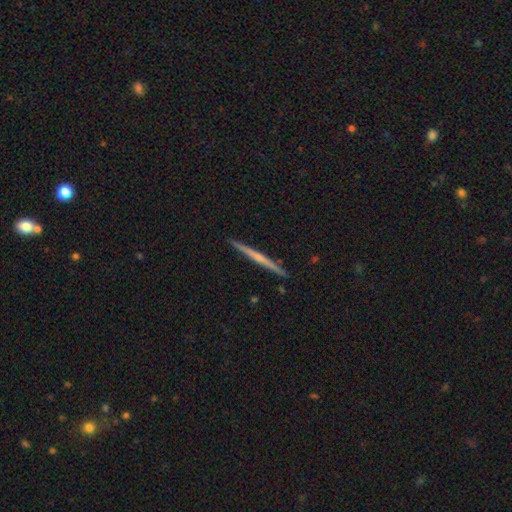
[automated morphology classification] type=featured or disk (61%); edge-on=yes (97%); edge-on bulge=none (52%); merging=none (90%).